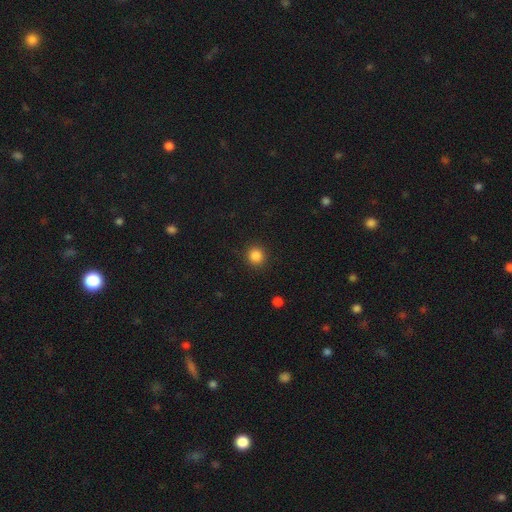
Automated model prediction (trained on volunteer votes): Morphology: type=smooth (86%); roundness=round (92%); merging=none (91%).